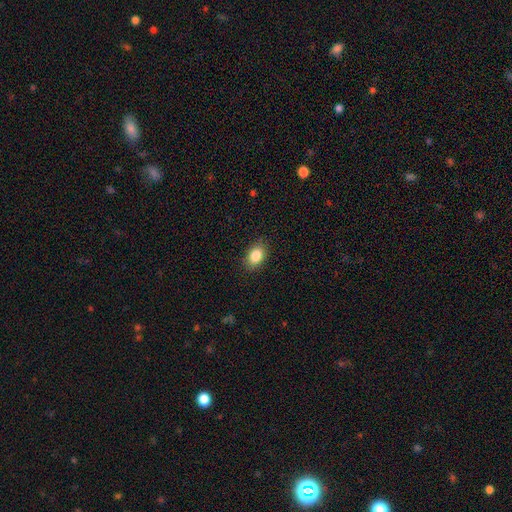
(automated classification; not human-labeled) A smooth galaxy with no disk features (86%) that is in between round and cigar-shaped (80%).

Vote fractions:
- Smooth or featured? smooth: 86% / star or artifact: 8% / featured or disk: 6%
- How rounded? in between: 80% / round: 19% / cigar-shaped: 1%
- Merging? none: 85% / minor disturbance: 11% / major disturbance: 3% / merger: 1%